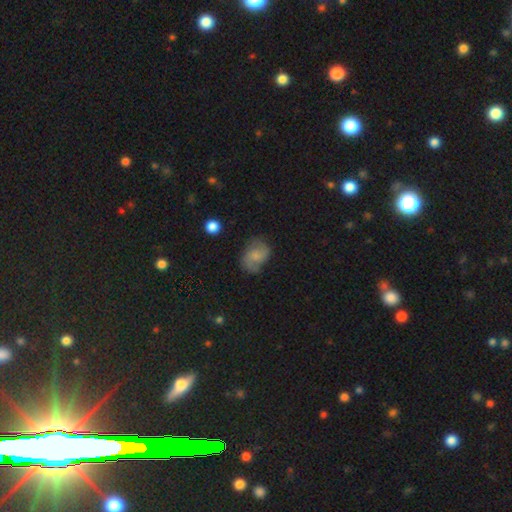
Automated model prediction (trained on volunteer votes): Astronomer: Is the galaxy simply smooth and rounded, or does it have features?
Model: featured or disk — 52% (runner-up: smooth, 39%).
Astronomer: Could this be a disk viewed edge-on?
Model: no — 97%.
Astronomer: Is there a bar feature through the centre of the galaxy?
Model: no — 65%.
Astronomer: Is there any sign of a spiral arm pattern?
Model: yes — 87%.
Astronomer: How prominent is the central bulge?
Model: small — 48% (runner-up: moderate, 25%).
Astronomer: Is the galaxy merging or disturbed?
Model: none — 59%.